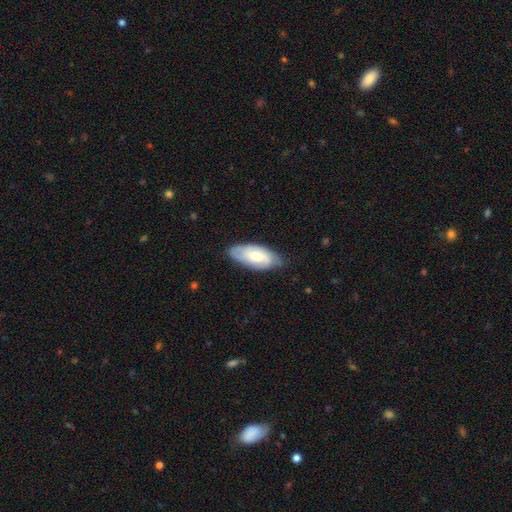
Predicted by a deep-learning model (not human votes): smooth-or-featured: featured or disk: 48% | smooth: 45% | star or artifact: 6%
  merging: none: 74% | minor disturbance: 21% | major disturbance: 4% | merger: 1%